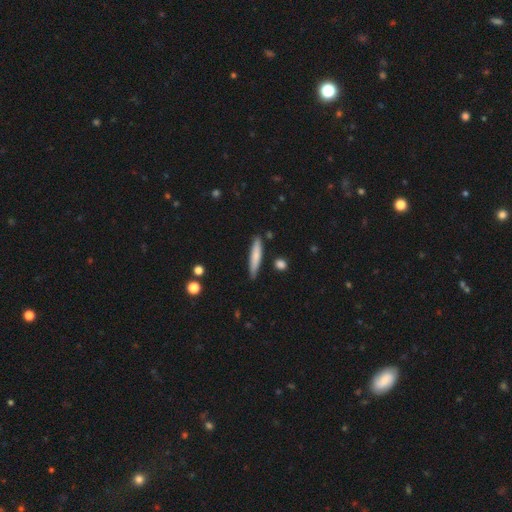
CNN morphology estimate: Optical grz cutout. It shows a smooth galaxy with no disk features (75%) that is cigar-shaped (89%). Merging: none (84%).